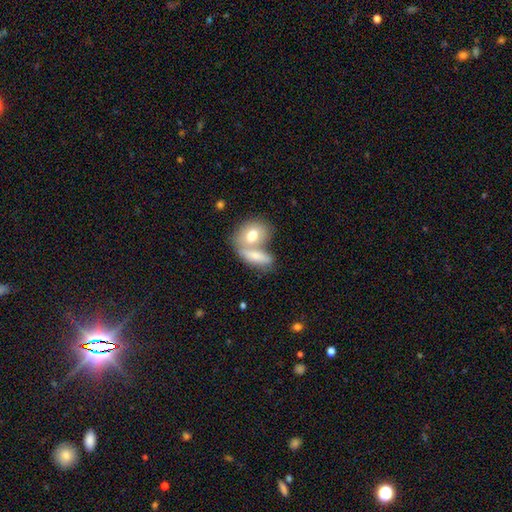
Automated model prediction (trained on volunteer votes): Q: Smooth or featured?
A: smooth (71%); runner-up: featured or disk (23%)
Q: How rounded?
A: in between (75%); runner-up: cigar-shaped (13%)
Q: Merging?
A: merger (61%); runner-up: none (27%)